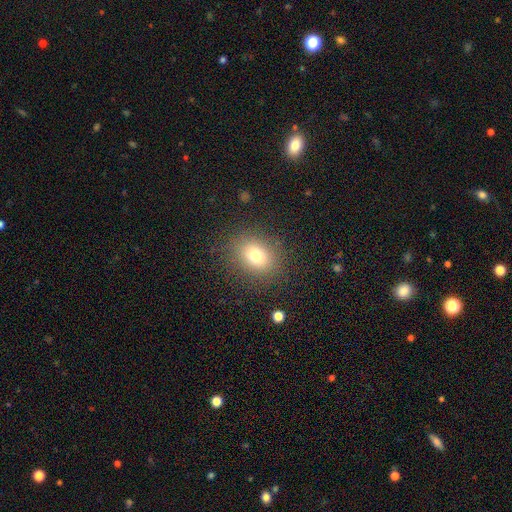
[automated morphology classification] Smooth or featured? smooth (74%)
How rounded? round (50%)
Merging? none (84%)